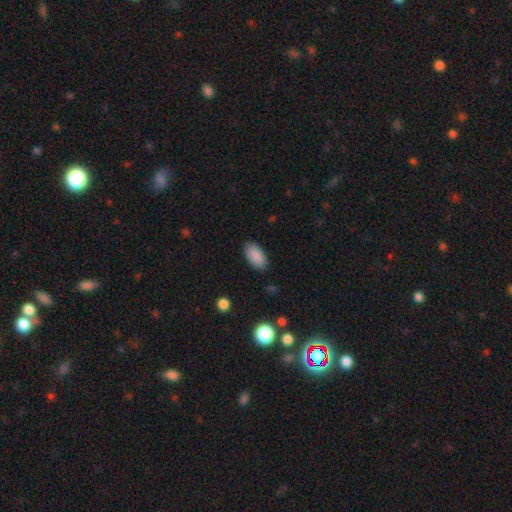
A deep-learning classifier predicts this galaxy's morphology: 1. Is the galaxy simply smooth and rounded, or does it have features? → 90% smooth, 7% star or artifact, 4% featured or disk.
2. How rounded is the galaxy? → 94% in between, 3% cigar-shaped, 3% round.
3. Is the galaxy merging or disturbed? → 86% none, 10% minor disturbance, 2% major disturbance, 1% merger.